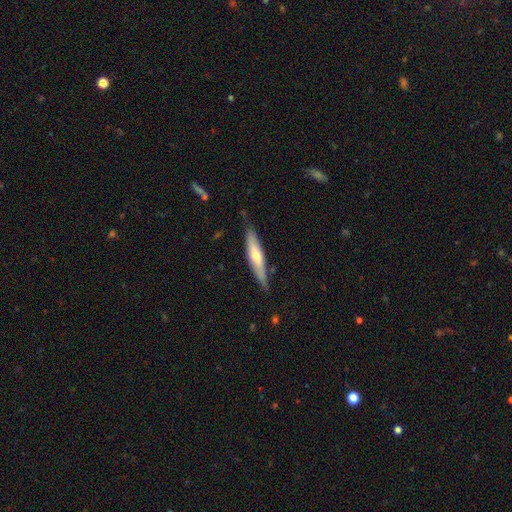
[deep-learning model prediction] The model was most divided on "smooth or featured": featured or disk: 49%, smooth: 46%, star or artifact: 6%. More confident: merging — none (77%).